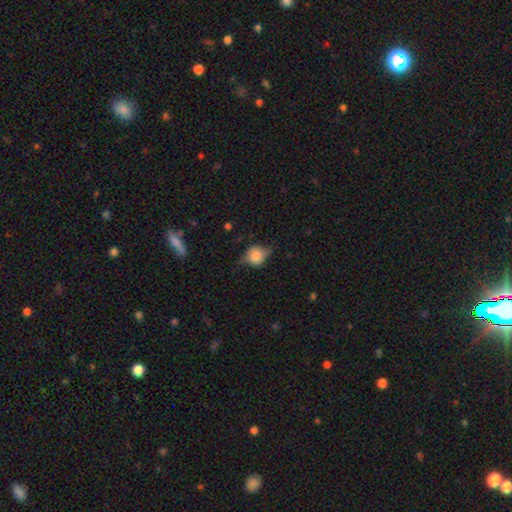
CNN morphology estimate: Smooth or featured? Predicted: smooth (p=0.61). How rounded? Predicted: round (p=0.71). Merging? Predicted: none (p=0.55).